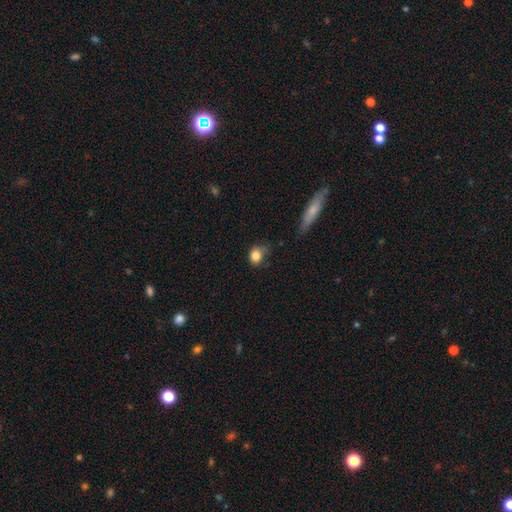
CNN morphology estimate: Overall: smooth (82%). How rounded: round (50%; in between 48%). Merging: none (45%; minor disturbance 36%).